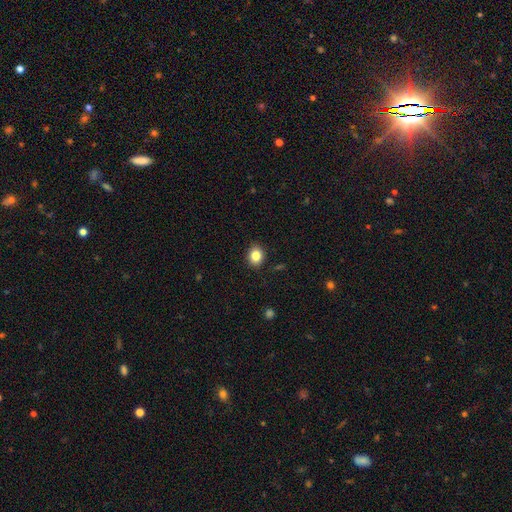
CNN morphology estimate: This is clearly a smooth galaxy (84%). How rounded: likely round (60%). Merging: clearly none (89%).